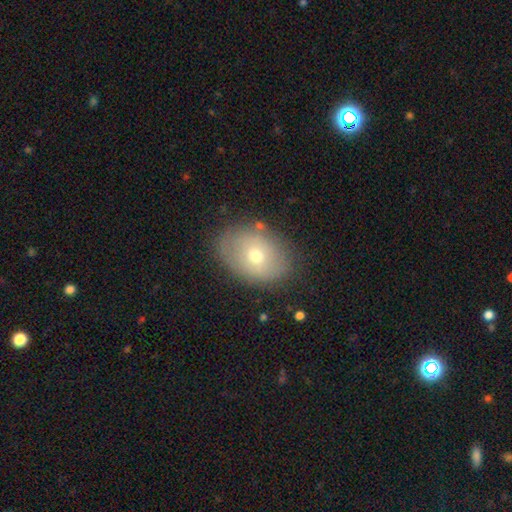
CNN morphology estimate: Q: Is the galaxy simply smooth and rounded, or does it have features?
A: smooth — 57%.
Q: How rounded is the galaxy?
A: in between — 75%.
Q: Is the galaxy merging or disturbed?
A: none — 78%.